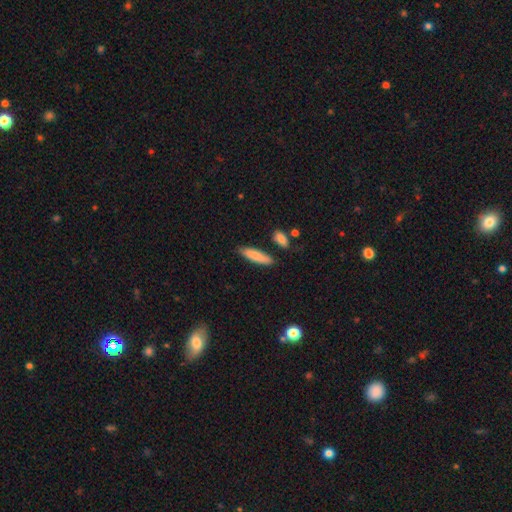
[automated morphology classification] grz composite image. It shows a smooth galaxy with no disk features (83%) that is cigar-shaped (75%). Merging: none (84%).